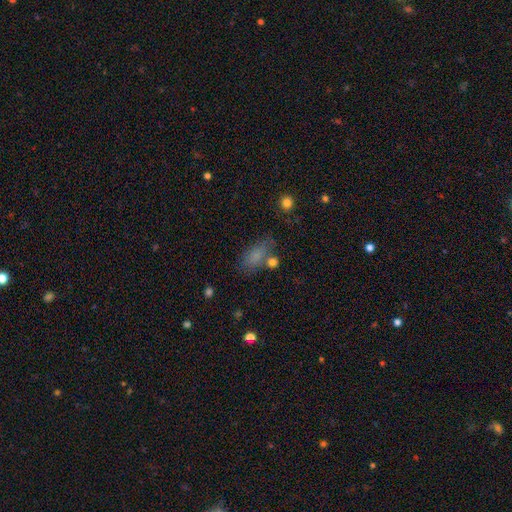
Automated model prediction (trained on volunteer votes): Morphology: type=smooth (75%); roundness=in between (84%); merging=none (60%).